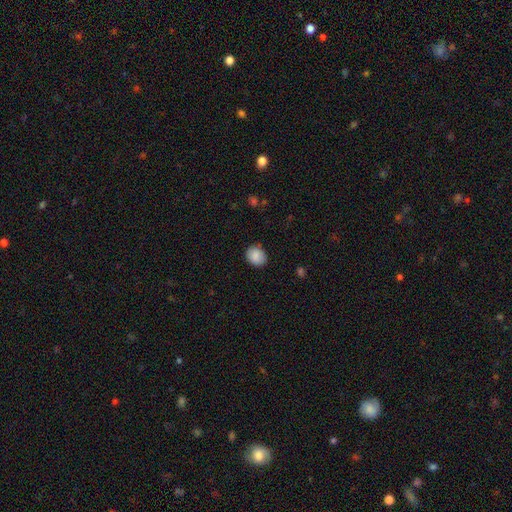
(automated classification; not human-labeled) smooth-or-featured: smooth: 88% | star or artifact: 8% | featured or disk: 5%
  how-rounded: round: 60% | in between: 39% | cigar-shaped: 1%
  merging: none: 84% | minor disturbance: 12% | major disturbance: 3% | merger: 1%